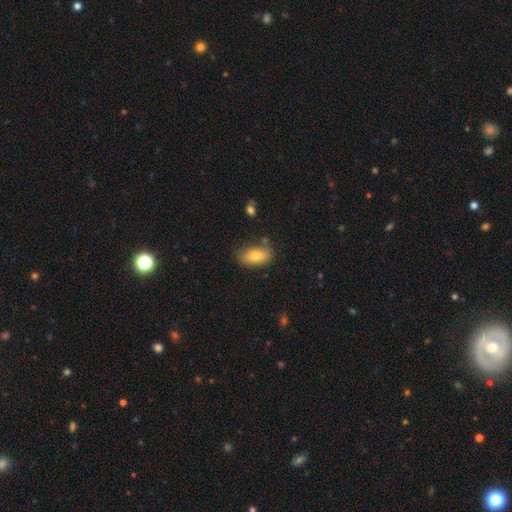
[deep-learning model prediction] The model was most divided on "merging": none: 71%, minor disturbance: 20%, merger: 4%, major disturbance: 4%. More confident: how rounded — in between (90%); smooth or featured — smooth (77%).